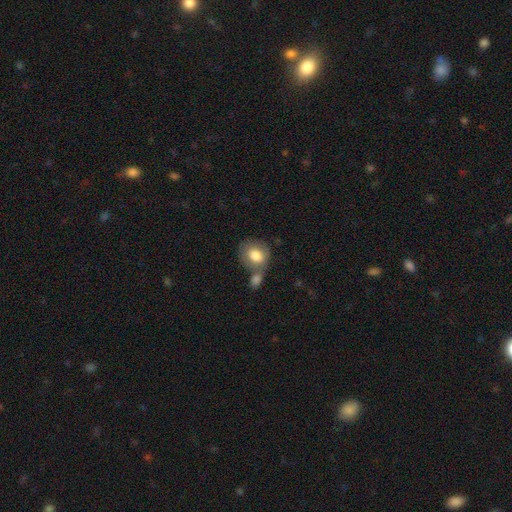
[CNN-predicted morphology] This appears to be a smooth galaxy with no disk features (79%) that is round (59%). Merging: none (41%).